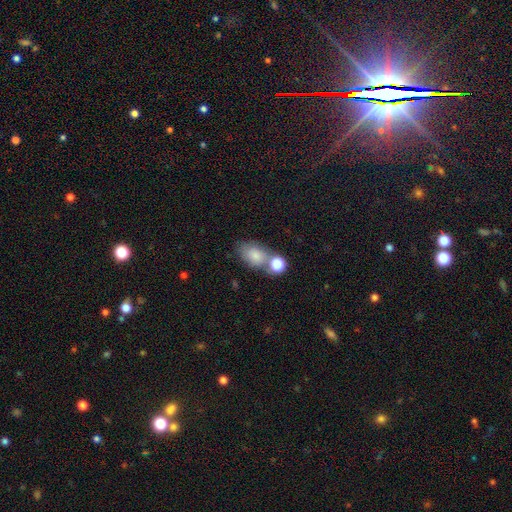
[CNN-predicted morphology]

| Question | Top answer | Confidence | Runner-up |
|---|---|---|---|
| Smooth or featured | smooth | 79% | featured or disk (12%) |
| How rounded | in between | 81% | round (17%) |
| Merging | none | 47% | merger (30%) |